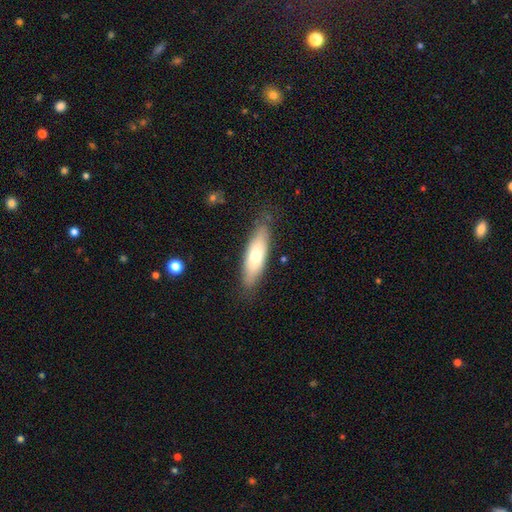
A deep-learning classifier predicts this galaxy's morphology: smooth-or-featured: smooth: 68% | featured or disk: 26% | star or artifact: 6%
  how-rounded: cigar-shaped: 49% (tied) | in between: 49% (tied) | round: 2%
  merging: none: 81% | minor disturbance: 14% | major disturbance: 3% | merger: 2%